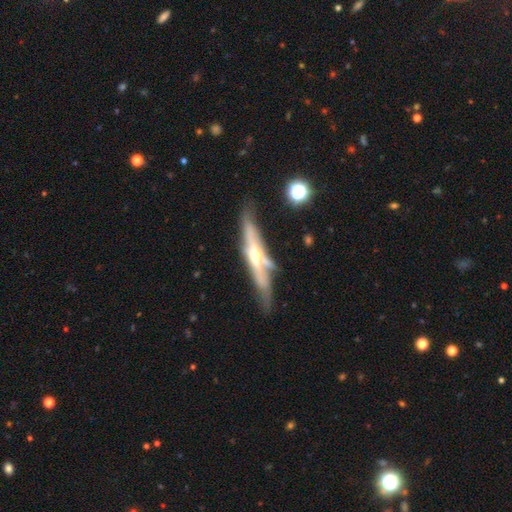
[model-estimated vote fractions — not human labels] Smooth or featured?
  - featured or disk: 74% *
  - smooth: 20%
  - star or artifact: 6%
Edge-on disk?
  - yes: 88% *
  - no: 12%
Edge-on bulge?
  - rounded: 84% *
  - none: 11%
  - boxy: 5%
Merging?
  - none: 60% *
  - minor disturbance: 21%
  - merger: 12%
  - major disturbance: 8%